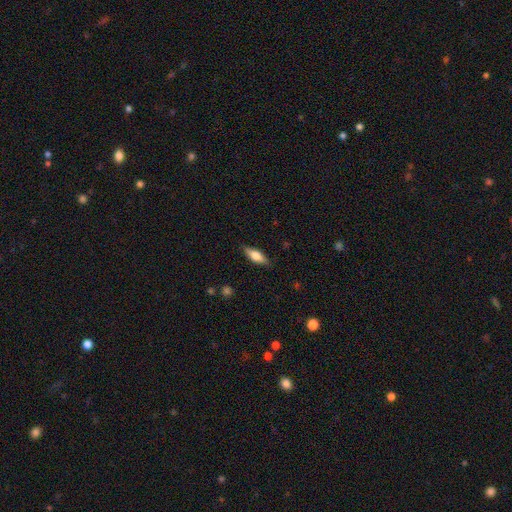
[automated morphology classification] smooth 64%, featured or disk 30%, star or artifact 6%. Down the decision tree: how rounded — in between (60%); merging — none (86%).